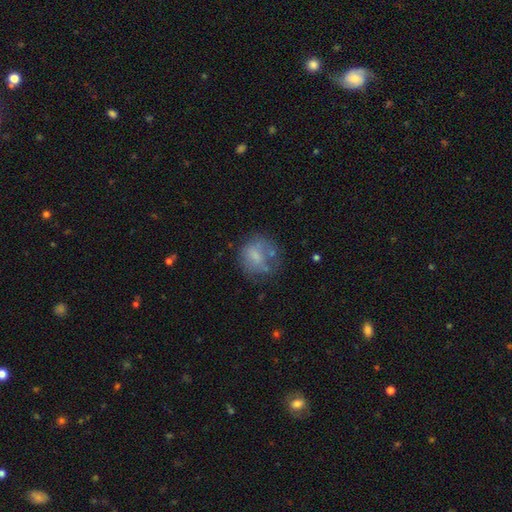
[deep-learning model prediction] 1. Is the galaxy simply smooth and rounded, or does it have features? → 58% smooth, 31% featured or disk, 11% star or artifact.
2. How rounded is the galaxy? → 73% round, 26% in between, 1% cigar-shaped.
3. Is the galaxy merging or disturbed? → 47% none, 24% minor disturbance, 20% major disturbance, 8% merger.